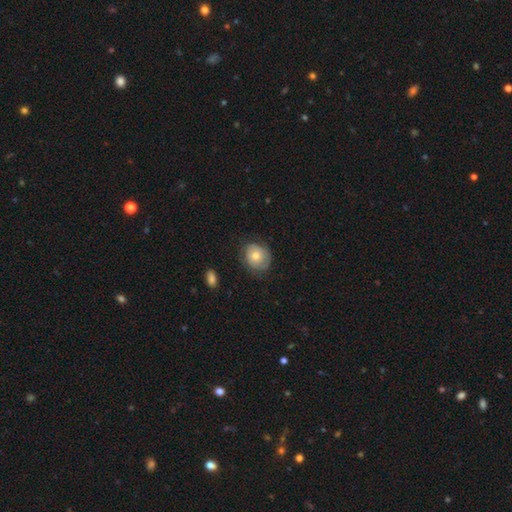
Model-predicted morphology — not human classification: smooth 56%, featured or disk 37%, star or artifact 7%. Down the decision tree: how rounded — round (64%); merging — none (70%).